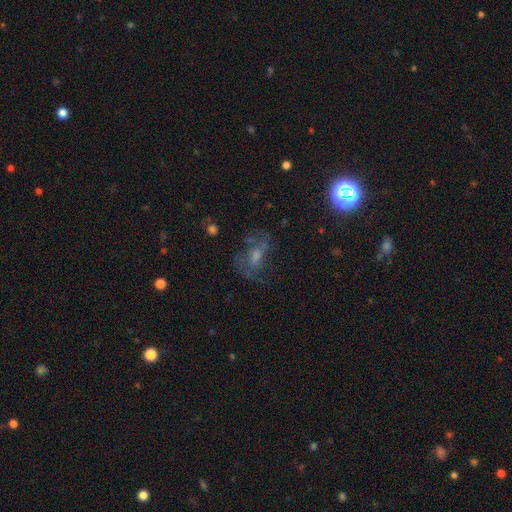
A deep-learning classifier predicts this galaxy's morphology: featured or disk 48%, smooth 31%, star or artifact 21%. Down the decision tree: merging — none (48%).